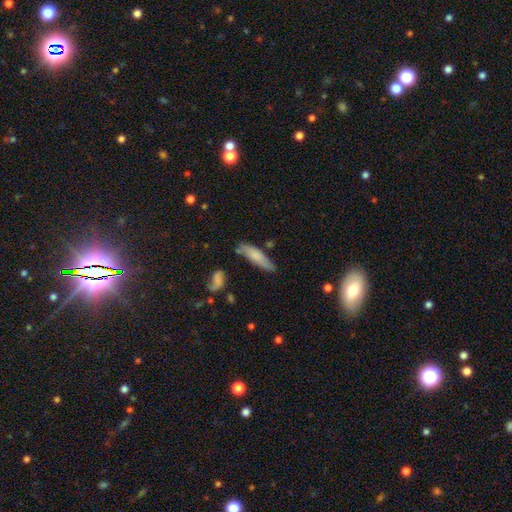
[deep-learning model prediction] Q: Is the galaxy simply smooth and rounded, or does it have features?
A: smooth — 70%.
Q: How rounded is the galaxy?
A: cigar-shaped — 69%.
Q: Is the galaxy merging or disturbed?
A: none — 66%.